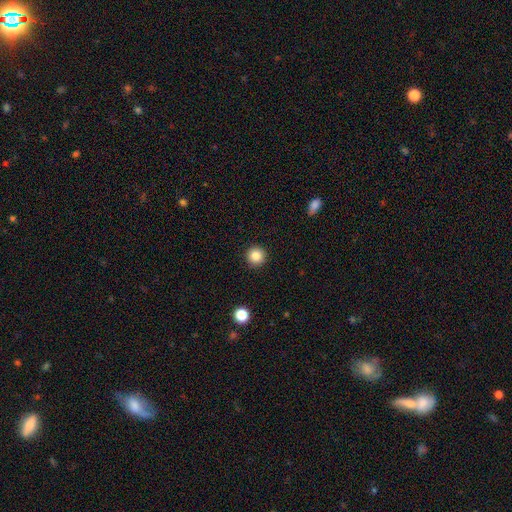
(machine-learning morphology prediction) Smooth or featured? smooth (85%)
How rounded? round (96%)
Merging? none (93%)